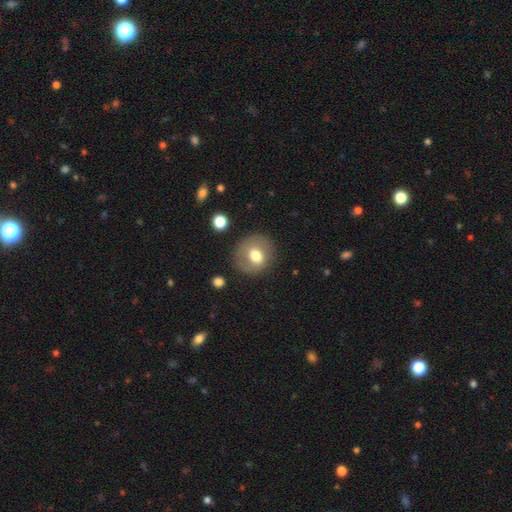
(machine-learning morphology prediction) Q: Smooth or featured?
A: smooth (68%); runner-up: featured or disk (23%)
Q: How rounded?
A: round (80%); runner-up: in between (19%)
Q: Merging?
A: none (81%); runner-up: minor disturbance (13%)